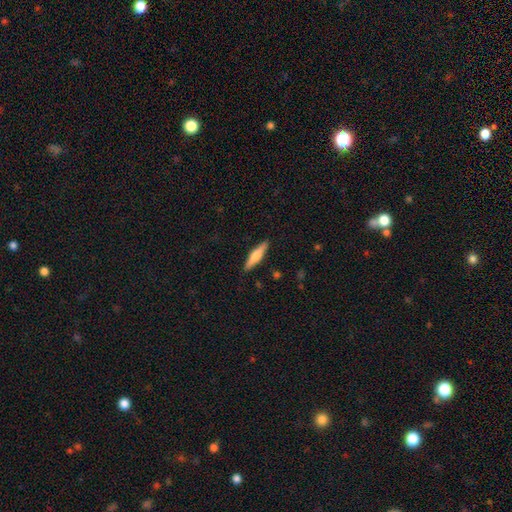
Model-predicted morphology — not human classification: featured or disk 49%, smooth 45%, star or artifact 6%. Down the decision tree: merging — none (90%).